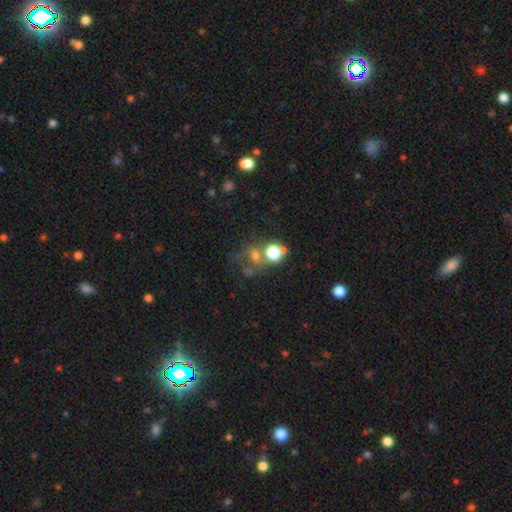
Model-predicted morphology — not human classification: smooth-or-featured: smooth: 49% | star or artifact: 33% | featured or disk: 18%
  merging: none: 50% | merger: 26% | major disturbance: 13% | minor disturbance: 11%